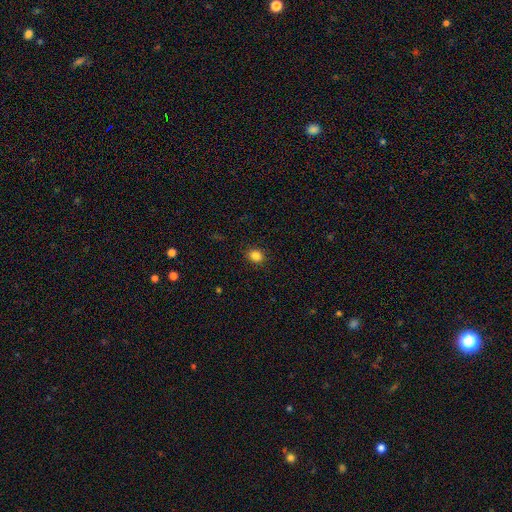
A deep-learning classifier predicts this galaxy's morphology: Overall: smooth (85%). How rounded: round (59%; in between 40%). Merging: none (90%).